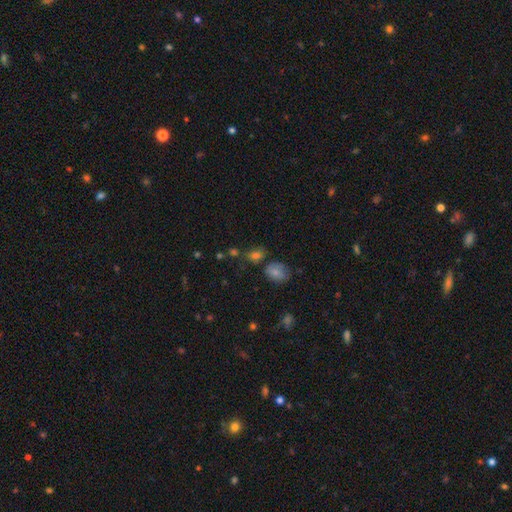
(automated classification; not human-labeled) A smooth galaxy with no disk features (59%) that is in between round and cigar-shaped (52%).

Vote fractions:
- Smooth or featured? smooth: 59% / star or artifact: 28% / featured or disk: 14%
- How rounded? in between: 52% / round: 45% / cigar-shaped: 3%
- Merging? none: 62% / merger: 16% / minor disturbance: 15% / major disturbance: 7%